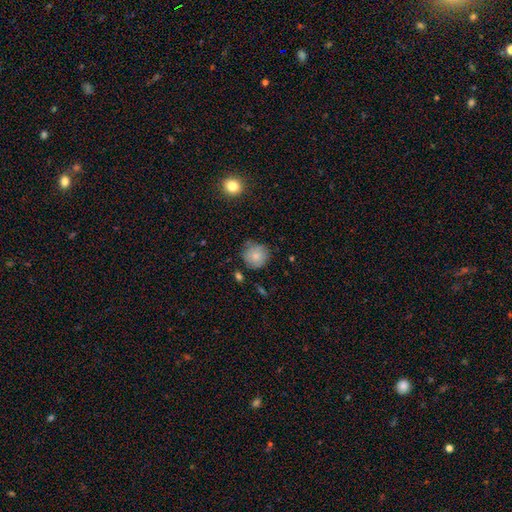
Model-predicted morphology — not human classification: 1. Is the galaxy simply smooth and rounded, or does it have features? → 79% smooth, 13% featured or disk, 8% star or artifact.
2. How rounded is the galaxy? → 90% round, 9% in between, 1% cigar-shaped.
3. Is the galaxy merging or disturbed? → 71% none, 22% minor disturbance, 4% major disturbance, 3% merger.